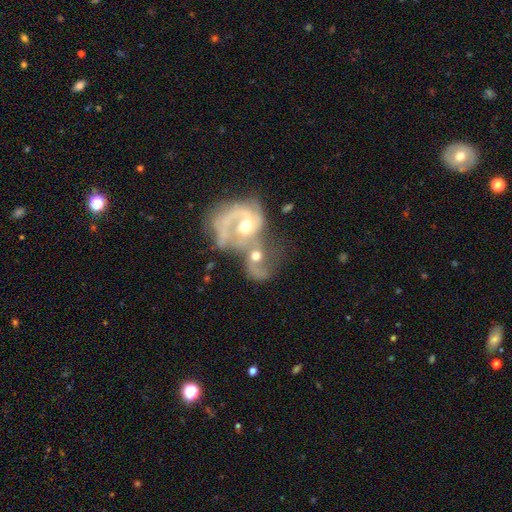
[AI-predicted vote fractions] Smooth or featured: featured or disk — 69% (smooth — 23%)
Edge-on disk: no — 97% (yes — 3%)
Bar: no — 70% (weak — 24%)
Spiral arms: yes — 73% (no — 27%)
Bulge size: moderate — 72% (small — 12%)
Merging: merger — 79% (major disturbance — 10%)